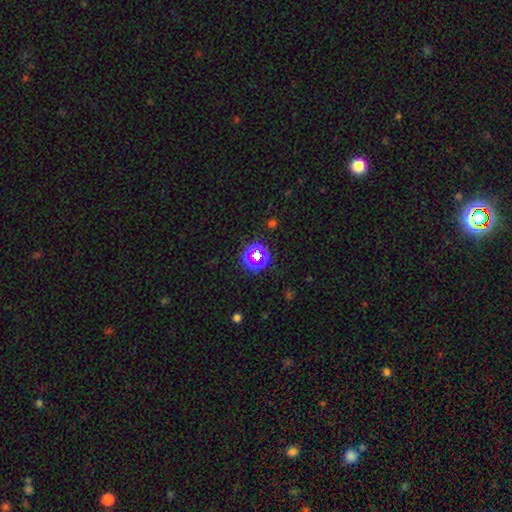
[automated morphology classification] smooth_or_featured: star or artifact (p=0.58) [alt: smooth p=0.30]